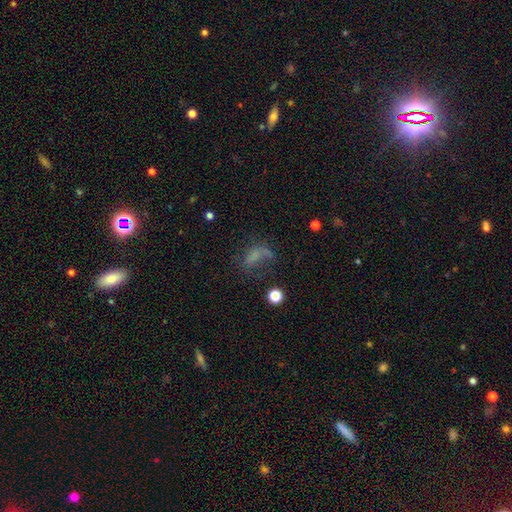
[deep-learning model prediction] Smooth or featured? smooth (49%)
Merging? major disturbance (41%)